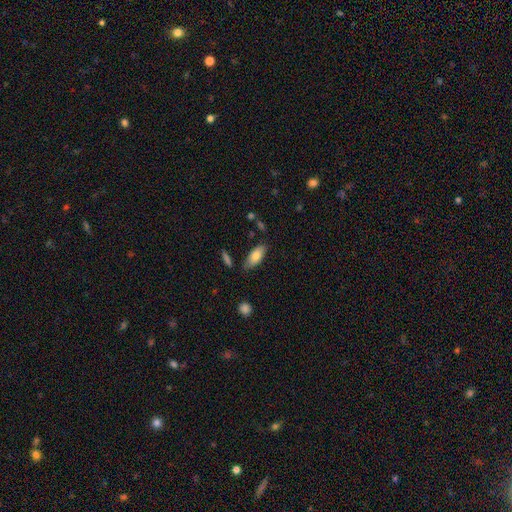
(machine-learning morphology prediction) Q: Smooth or featured?
A: smooth (78%); runner-up: featured or disk (15%)
Q: How rounded?
A: in between (83%); runner-up: cigar-shaped (15%)
Q: Merging?
A: none (76%); runner-up: minor disturbance (17%)